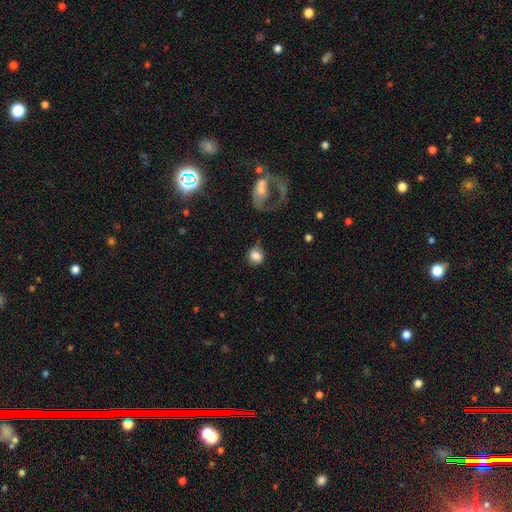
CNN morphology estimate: Q: Smooth or featured?
A: smooth (80%); runner-up: featured or disk (12%)
Q: How rounded?
A: round (76%); runner-up: in between (23%)
Q: Merging?
A: none (55%); runner-up: minor disturbance (23%)